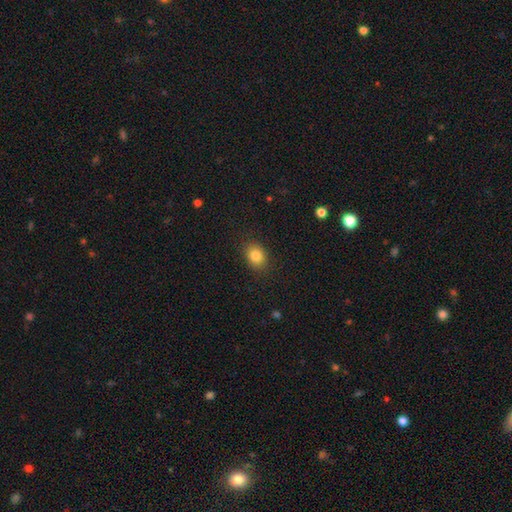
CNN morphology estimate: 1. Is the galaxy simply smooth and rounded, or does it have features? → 84% smooth, 10% star or artifact, 6% featured or disk.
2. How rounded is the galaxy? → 56% in between, 43% round, 1% cigar-shaped.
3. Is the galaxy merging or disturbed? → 87% none, 9% minor disturbance, 3% major disturbance, 1% merger.